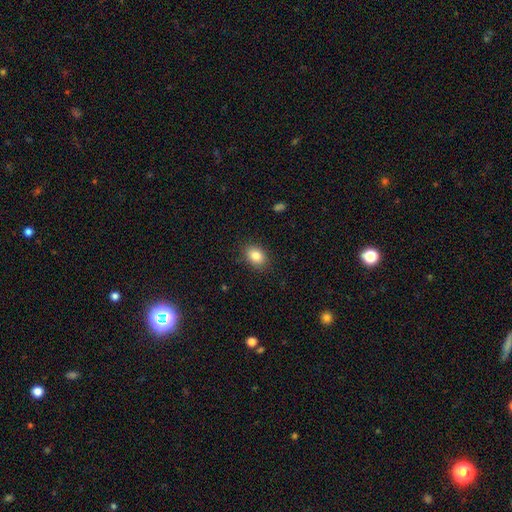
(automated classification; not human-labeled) A smooth galaxy with no disk features (85%) that is in between round and cigar-shaped (71%).

Vote fractions:
- Smooth or featured? smooth: 85% / star or artifact: 9% / featured or disk: 6%
- How rounded? in between: 71% / round: 28% / cigar-shaped: 1%
- Merging? none: 87% / minor disturbance: 10% / major disturbance: 3% / merger: 1%